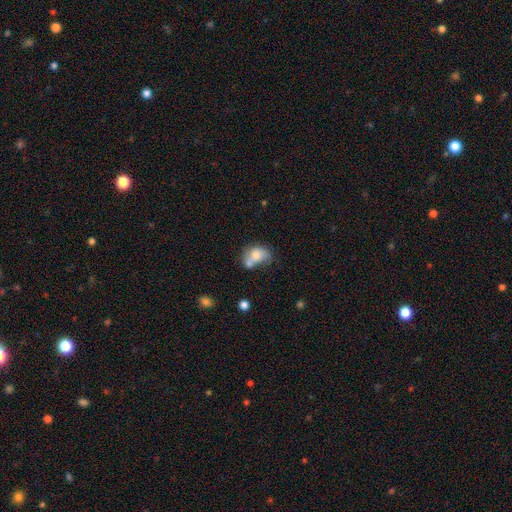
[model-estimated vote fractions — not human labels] A smooth galaxy with no disk features (70%) that is in between round and cigar-shaped (69%).

Vote fractions:
- Smooth or featured? smooth: 70% / featured or disk: 21% / star or artifact: 9%
- How rounded? in between: 69% / round: 30% / cigar-shaped: 1%
- Merging? merger: 48% / none: 23% / minor disturbance: 17% / major disturbance: 12%